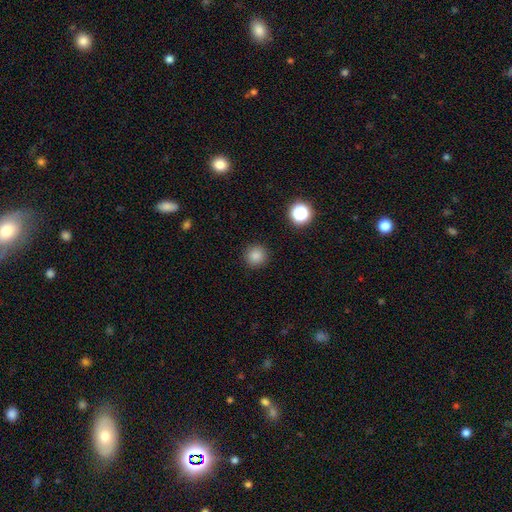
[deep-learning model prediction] A smooth galaxy with no disk features (84%) that is round (95%). Merging: none (91%).